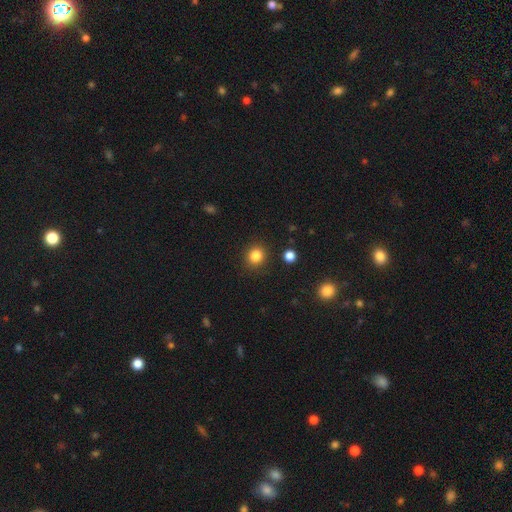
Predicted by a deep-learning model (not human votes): A smooth galaxy with no disk features (84%) that is round (87%). Merging: none (90%).